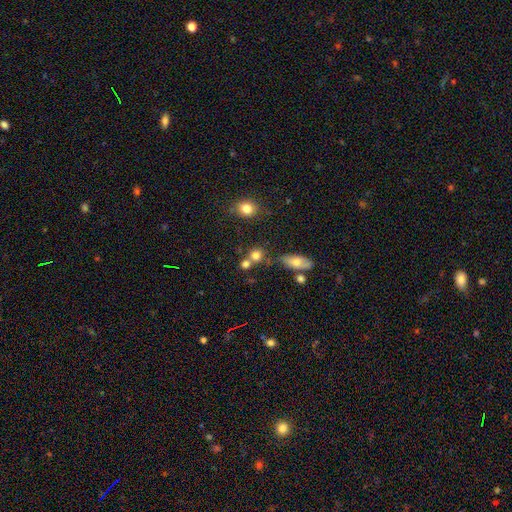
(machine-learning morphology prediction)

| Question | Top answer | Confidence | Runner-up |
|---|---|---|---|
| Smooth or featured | smooth | 77% | star or artifact (13%) |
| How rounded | round | 81% | in between (17%) |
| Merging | none | 56% | merger (29%) |